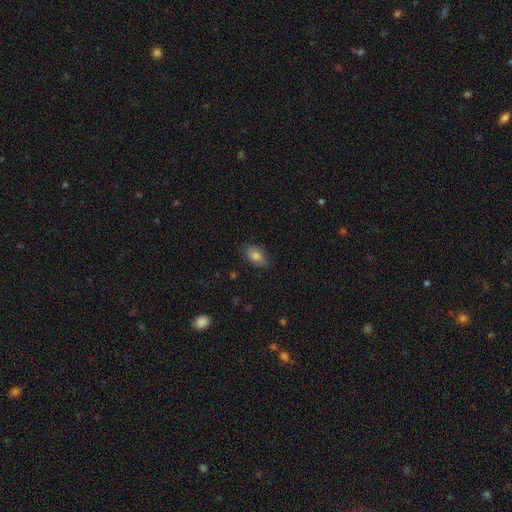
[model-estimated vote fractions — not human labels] This appears to be a smooth galaxy with no disk features (73%) that is in between round and cigar-shaped (87%). Merging: none (75%).